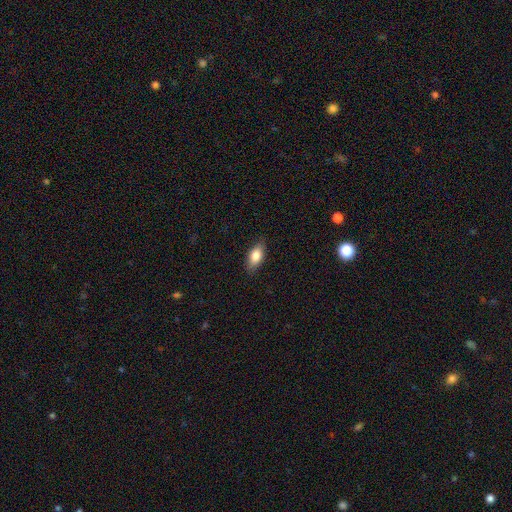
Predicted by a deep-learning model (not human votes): Morphology: type=smooth (81%); roundness=in between (87%); merging=none (85%).